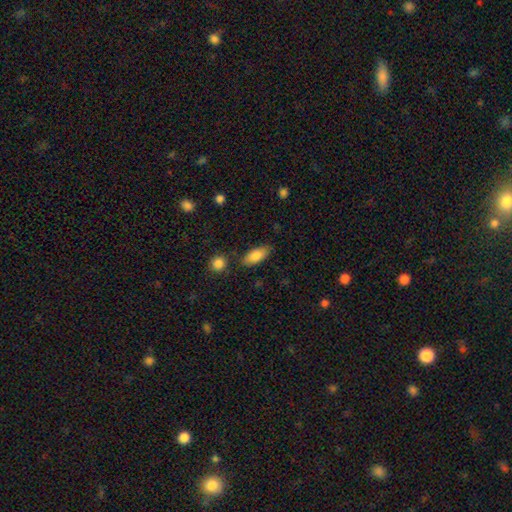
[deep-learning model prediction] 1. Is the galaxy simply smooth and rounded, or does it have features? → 82% smooth, 11% featured or disk, 7% star or artifact.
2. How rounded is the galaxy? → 85% in between, 13% cigar-shaped, 3% round.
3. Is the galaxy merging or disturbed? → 79% none, 13% minor disturbance, 5% merger, 3% major disturbance.